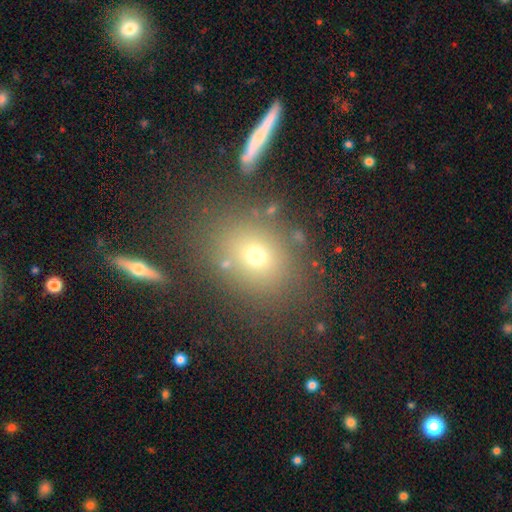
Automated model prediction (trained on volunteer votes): This is likely a smooth galaxy (62%). How rounded: possibly round (60%). Merging: likely none (77%).